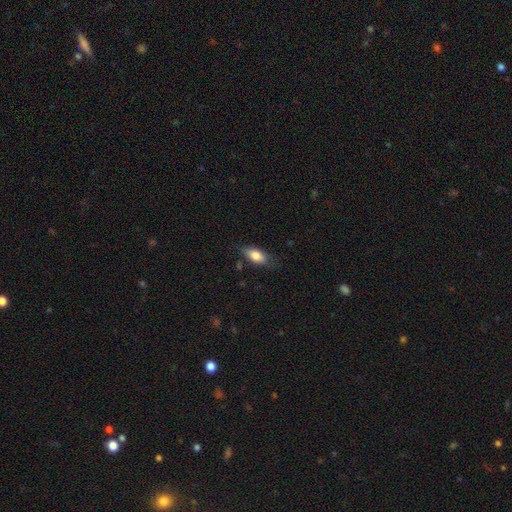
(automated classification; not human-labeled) Overall: smooth (77%). How rounded: in between (84%). Merging: none (68%).